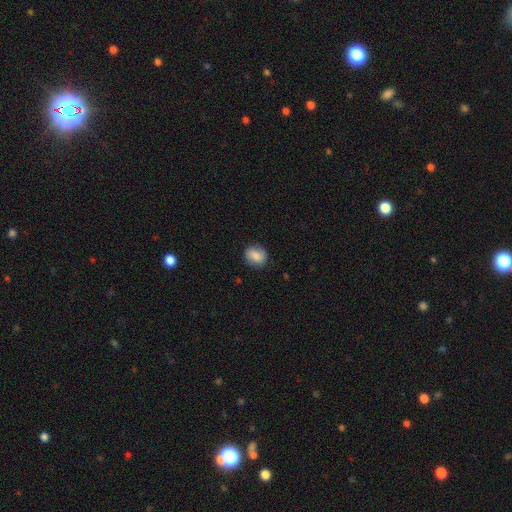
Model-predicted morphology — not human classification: Smooth or featured: smooth — 84% (star or artifact — 8%)
How rounded: round — 68% (in between — 31%)
Merging: none — 87% (minor disturbance — 10%)